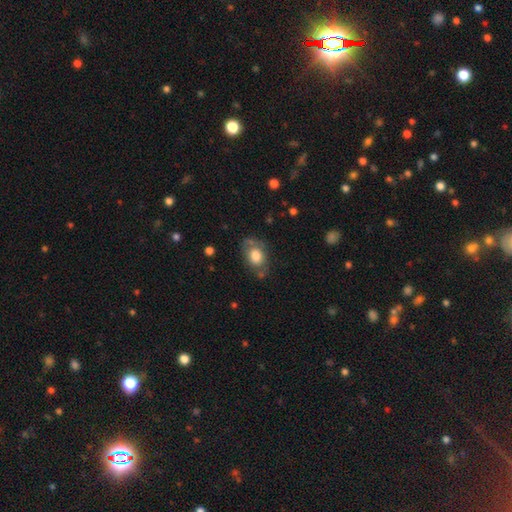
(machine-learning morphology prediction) A smooth galaxy with no disk features (65%) that is in between round and cigar-shaped (75%). Merging: none (61%).